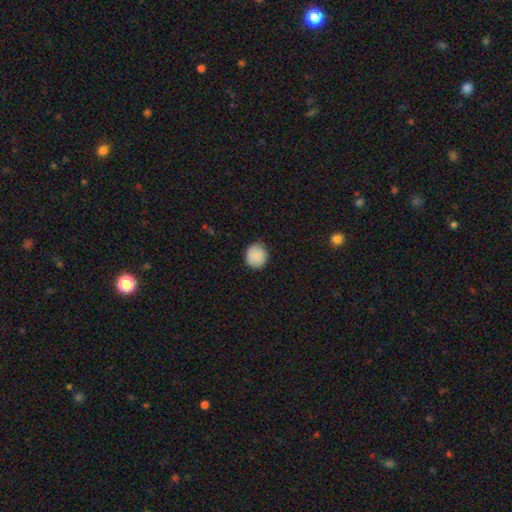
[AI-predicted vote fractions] A smooth galaxy with no disk features (88%) that is round (86%).

Vote fractions:
- Smooth or featured? smooth: 88% / star or artifact: 7% / featured or disk: 5%
- How rounded? round: 86% / in between: 13% / cigar-shaped: 1%
- Merging? none: 85% / minor disturbance: 12% / major disturbance: 2% / merger: 1%